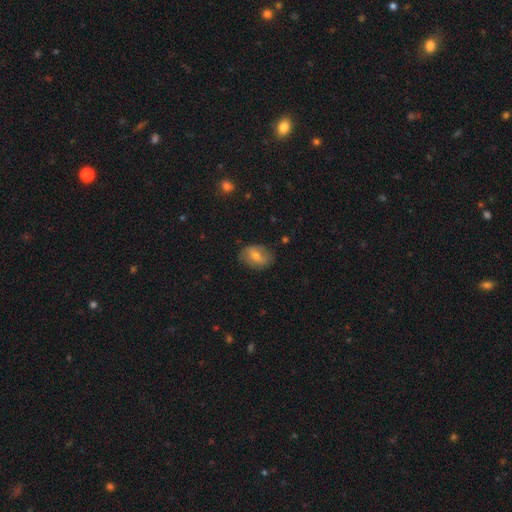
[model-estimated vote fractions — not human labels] A smooth galaxy with no disk features (51%) that is in between round and cigar-shaped (71%).

Vote fractions:
- Smooth or featured? smooth: 51% / featured or disk: 39% / star or artifact: 10%
- How rounded? in between: 71% / round: 27% / cigar-shaped: 2%
- Merging? none: 79% / minor disturbance: 16% / major disturbance: 4% / merger: 1%